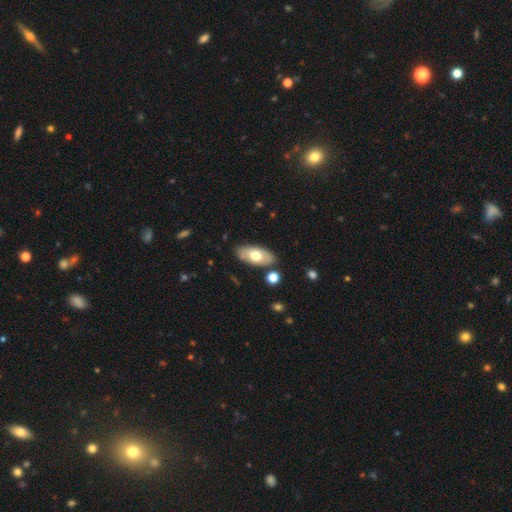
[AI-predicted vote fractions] A smooth galaxy with no disk features (59%) that is in between round and cigar-shaped (92%). Merging: none (83%).